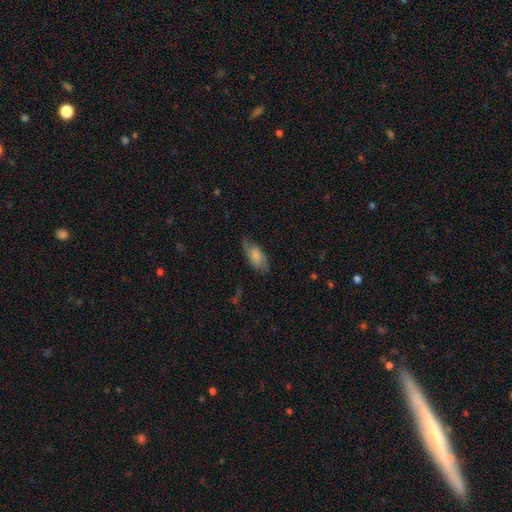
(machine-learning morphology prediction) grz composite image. It shows a smooth galaxy with no disk features (61%) that is in between round and cigar-shaped (88%). Merging: none (70%).